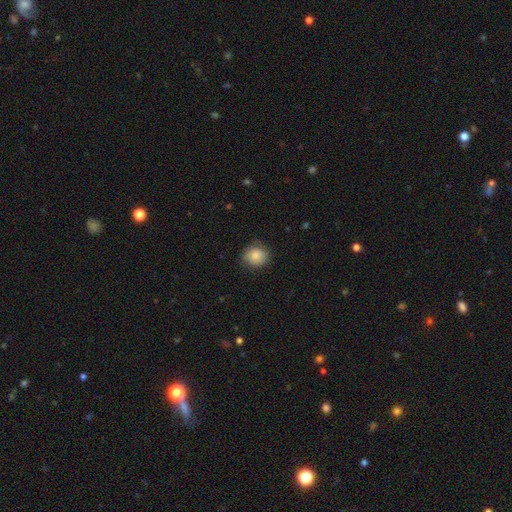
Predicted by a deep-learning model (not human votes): This is clearly a smooth galaxy (84%). How rounded: likely round (76%). Merging: likely none (79%).